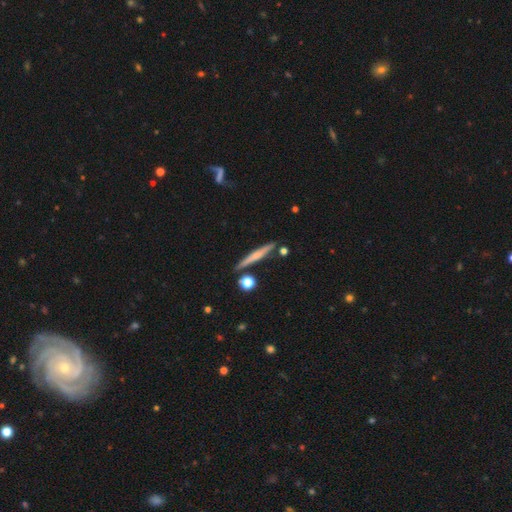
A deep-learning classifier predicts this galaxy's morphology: This is possibly a featured or disk galaxy (47%). Merging: clearly none (85%).